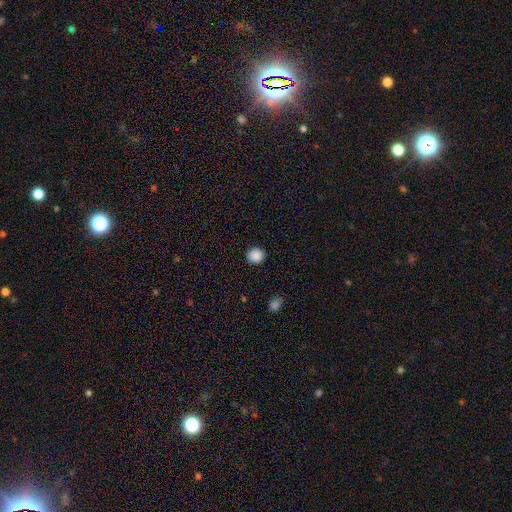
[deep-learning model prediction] A smooth galaxy with no disk features (89%) that is round (89%).

Vote fractions:
- Smooth or featured? smooth: 89% / star or artifact: 9% / featured or disk: 2%
- How rounded? round: 89% / in between: 10% / cigar-shaped: 1%
- Merging? none: 92% / minor disturbance: 5% / major disturbance: 2% / merger: 1%